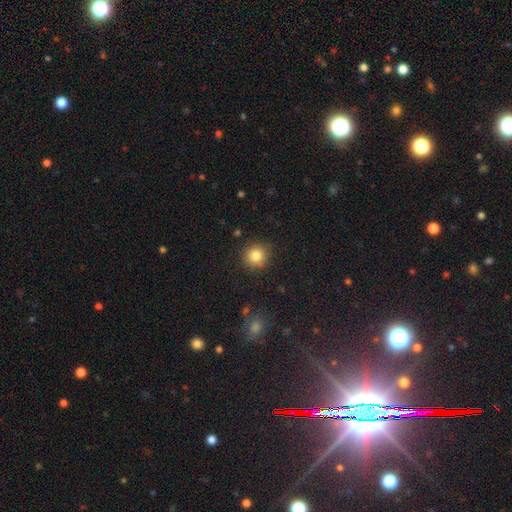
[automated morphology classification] smooth 83%, star or artifact 11%, featured or disk 6%. Down the decision tree: how rounded — round (92%); merging — none (87%).